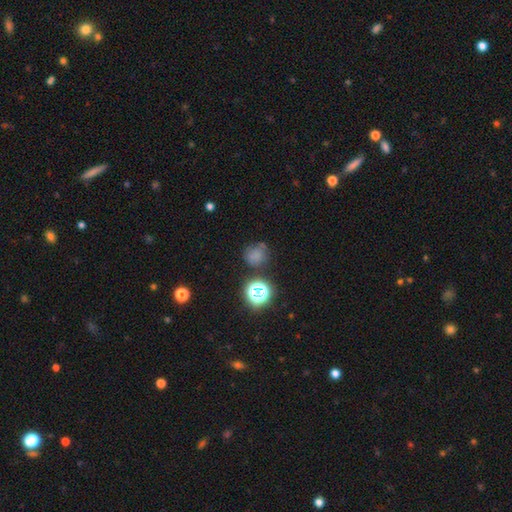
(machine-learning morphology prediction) Q: Smooth or featured?
A: smooth (69%); runner-up: star or artifact (22%)
Q: How rounded?
A: round (81%); runner-up: in between (18%)
Q: Merging?
A: none (63%); runner-up: minor disturbance (20%)